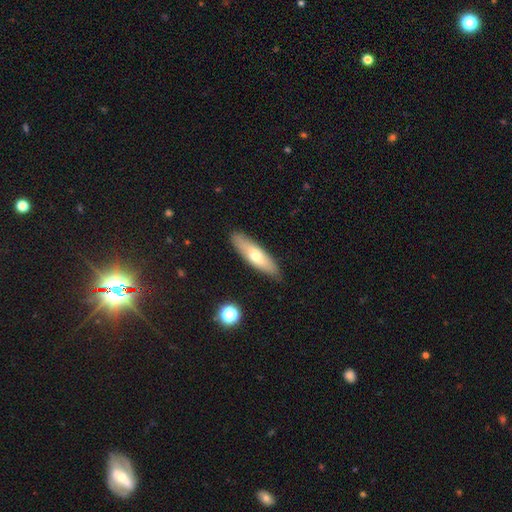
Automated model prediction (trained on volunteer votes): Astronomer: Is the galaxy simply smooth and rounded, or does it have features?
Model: smooth — 59% (runner-up: featured or disk, 35%).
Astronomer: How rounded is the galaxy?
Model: cigar-shaped — 59% (runner-up: in between, 39%).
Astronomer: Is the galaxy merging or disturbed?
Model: none — 86%.